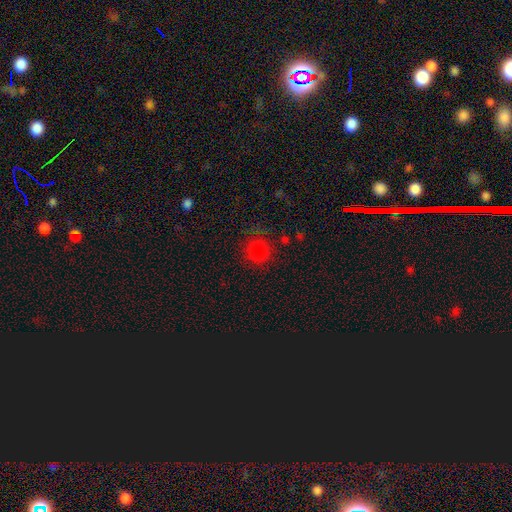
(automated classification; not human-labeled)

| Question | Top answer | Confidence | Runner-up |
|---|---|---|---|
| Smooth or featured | star or artifact | 46% | smooth (45%) |